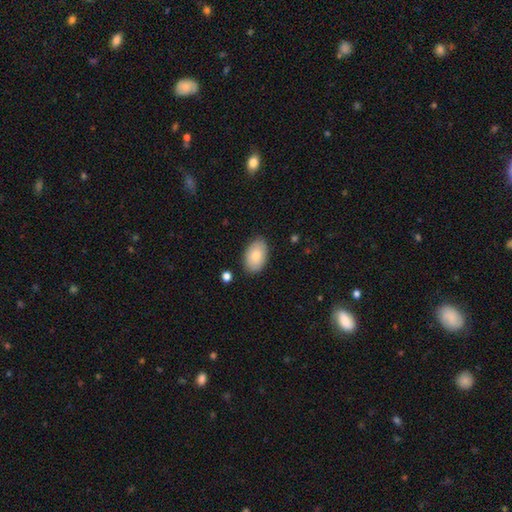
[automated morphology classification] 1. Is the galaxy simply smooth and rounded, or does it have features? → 79% smooth, 15% featured or disk, 6% star or artifact.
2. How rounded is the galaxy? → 91% in between, 8% round, 1% cigar-shaped.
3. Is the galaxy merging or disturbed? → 84% none, 12% minor disturbance, 2% major disturbance, 2% merger.